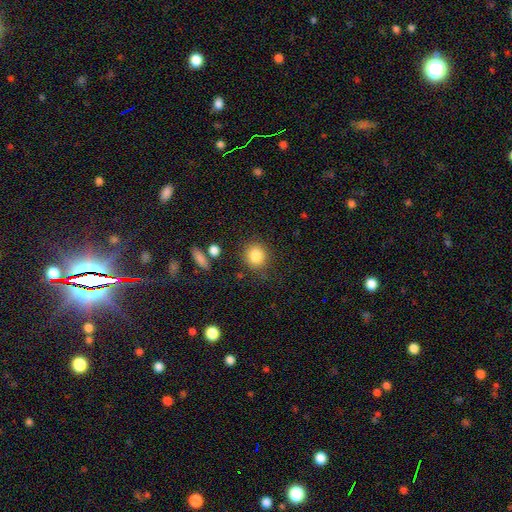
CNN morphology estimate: Smooth or featured? Predicted: smooth (p=0.84). How rounded? Predicted: round (p=0.84). Merging? Predicted: none (p=0.84).